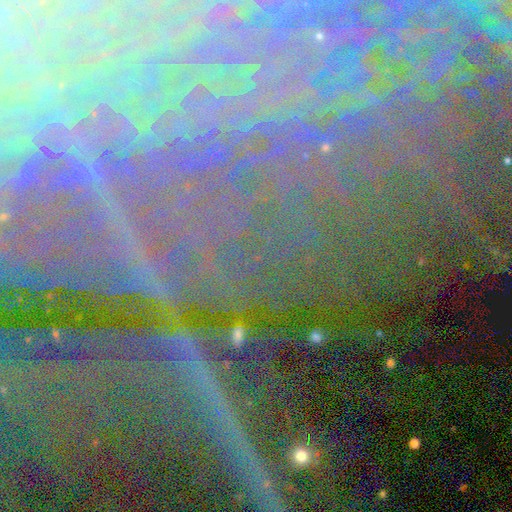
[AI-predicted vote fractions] A star or artifact, not a galaxy (77%).

Vote fractions:
- Smooth or featured? star or artifact: 77% / featured or disk: 14% / smooth: 9%